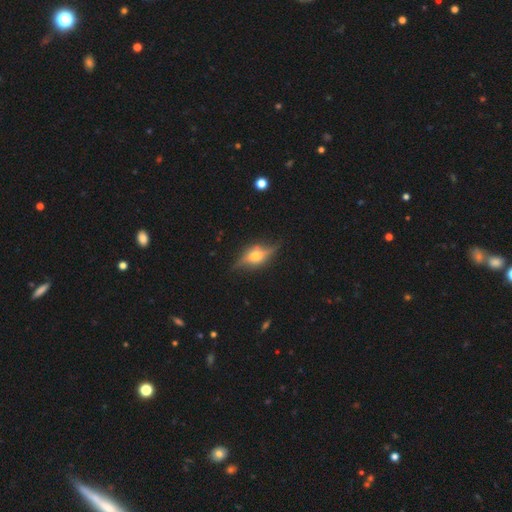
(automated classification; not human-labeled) featured or disk 70%, smooth 22%, star or artifact 7%. Down the decision tree: edge-on disk — yes (87%); edge-on bulge — rounded (90%); merging — none (77%).